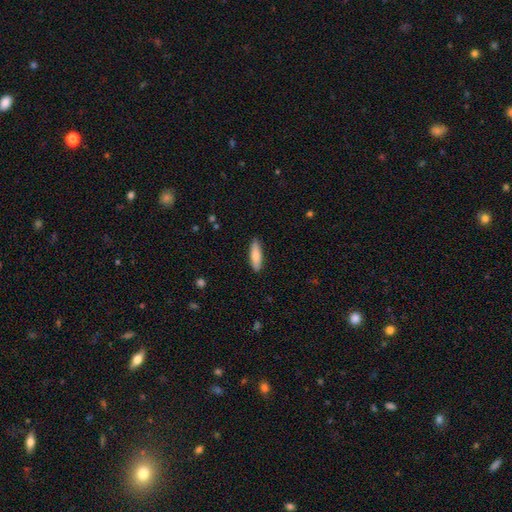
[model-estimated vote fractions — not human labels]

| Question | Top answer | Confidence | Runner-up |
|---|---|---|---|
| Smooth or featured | smooth | 79% | featured or disk (16%) |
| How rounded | cigar-shaped | 58% | in between (40%) |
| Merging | none | 89% | minor disturbance (8%) |